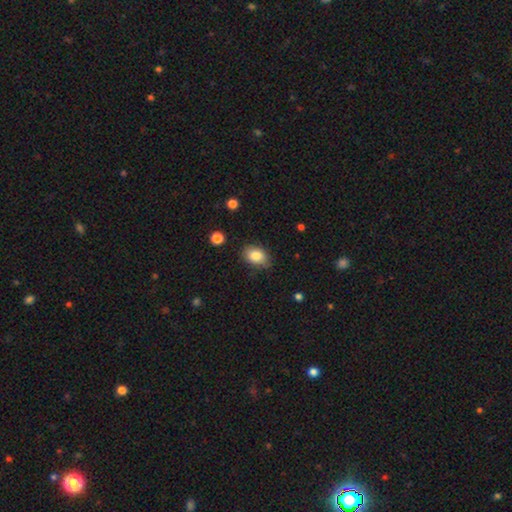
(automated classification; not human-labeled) This appears to be a smooth galaxy with no disk features (84%) that is in between round and cigar-shaped (83%). Merging: none (79%).